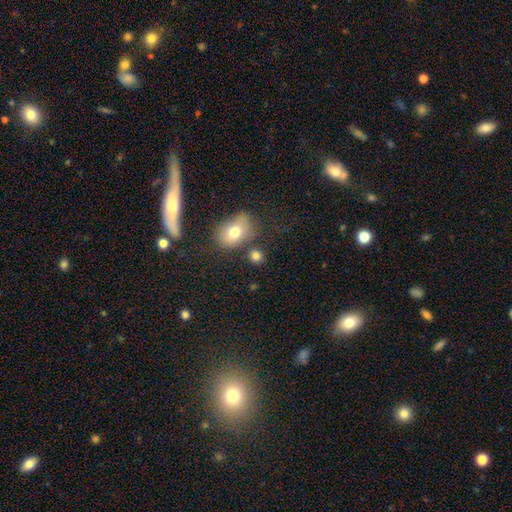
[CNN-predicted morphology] This is likely a smooth galaxy (80%). How rounded: likely round (74%). Merging: likely none (72%).